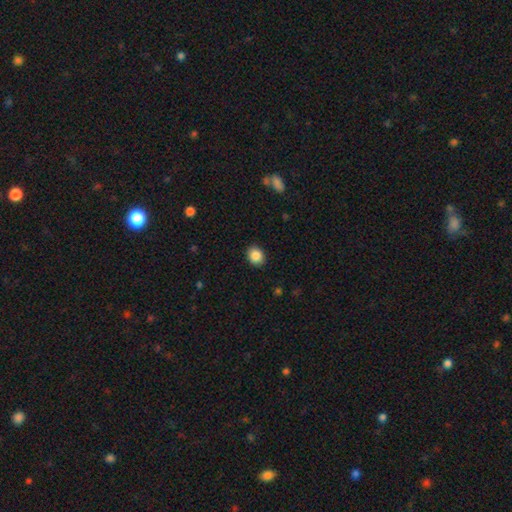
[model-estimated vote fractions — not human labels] Morphology: type=smooth (87%); roundness=round (65%); merging=none (90%).